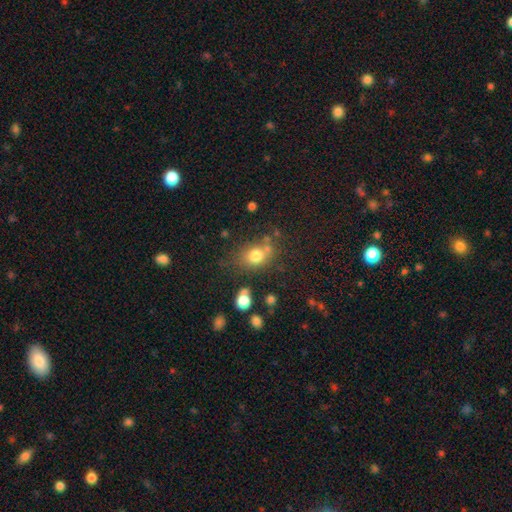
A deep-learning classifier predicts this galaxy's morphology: Q: Smooth or featured?
A: smooth (76%); runner-up: star or artifact (13%)
Q: How rounded?
A: round (53%); runner-up: in between (46%)
Q: Merging?
A: none (62%); runner-up: minor disturbance (18%)